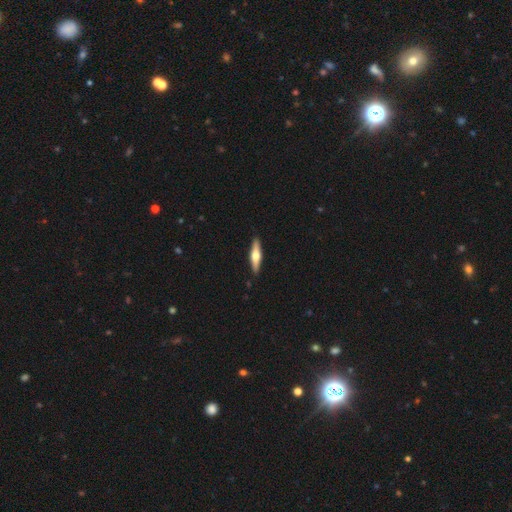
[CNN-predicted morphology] smooth_or_featured: featured or disk (p=0.59) [alt: smooth p=0.36]
disk_edge_on: yes (p=0.96) [alt: no p=0.04]
edge_on_bulge: rounded (p=0.93) [alt: boxy p=0.05]
merging: none (p=0.90) [alt: minor disturbance p=0.07]